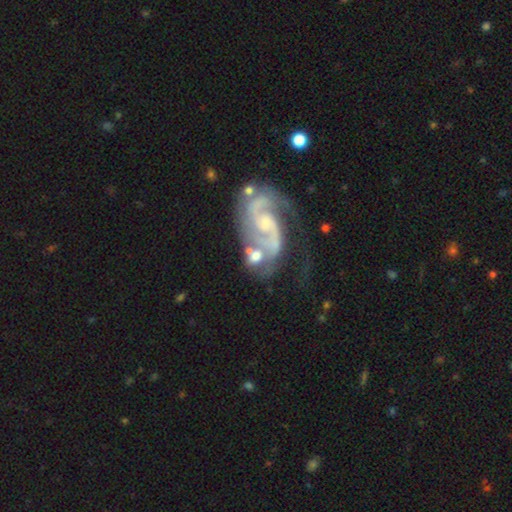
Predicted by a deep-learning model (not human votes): Overall: featured or disk (70%). Edge-on disk: no (97%). Bar: no (56%; weak 34%). Spiral arms: yes (88%). Spiral arm count: 2 (82%). Spiral winding: medium (50%; loose 32%). Bulge size: small (47%; moderate 31%). Merging: merger (43%; none 29%).